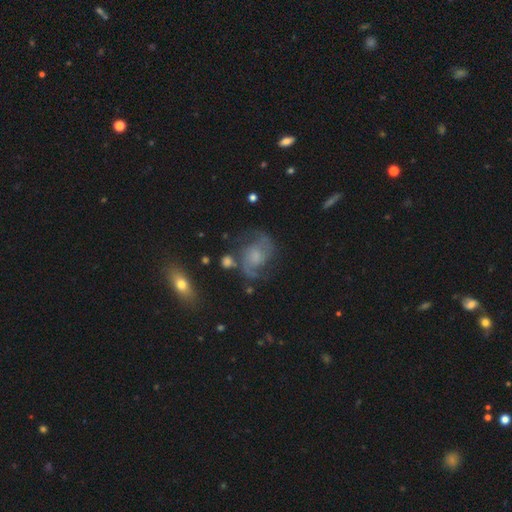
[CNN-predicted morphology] This is clearly a featured or disk galaxy (80%). It is clearly not viewed edge-on (97%). Bar: possibly no (55%). Spiral arm pattern: clearly yes (94%). Spiral arm count: clearly 2 (89%). Spiral winding: possibly medium (53%). Central bulge: marginally small (32%). Merging: likely none (65%).